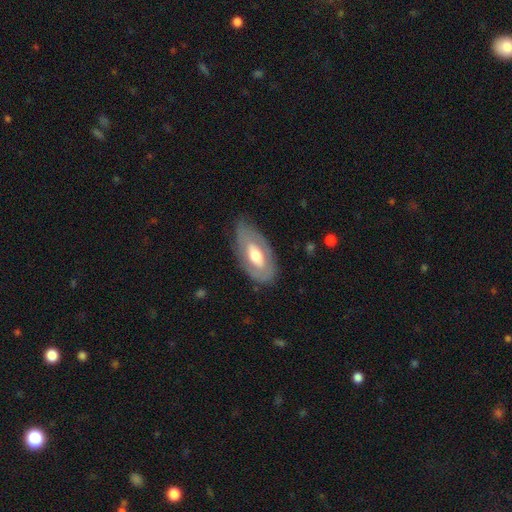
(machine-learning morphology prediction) This appears to be a featured or disk galaxy (54%). Merging: none (67%).